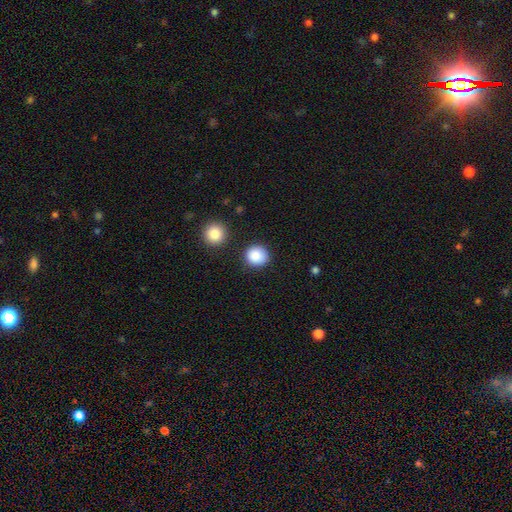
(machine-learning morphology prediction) A smooth galaxy with no disk features (87%) that is round (91%). Merging: none (86%).